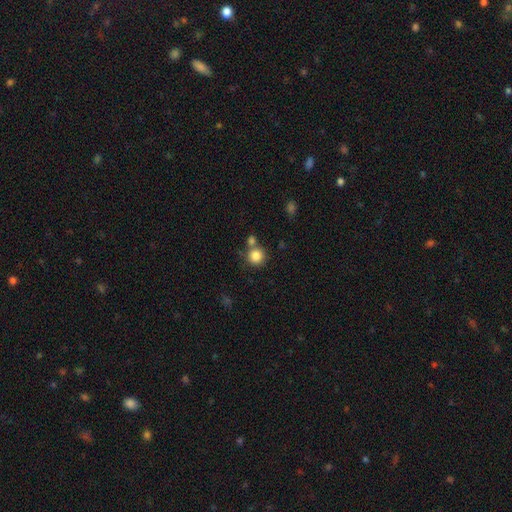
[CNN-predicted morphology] A smooth galaxy with no disk features (84%) that is round (92%).

Vote fractions:
- Smooth or featured? smooth: 84% / star or artifact: 10% / featured or disk: 6%
- How rounded? round: 92% / in between: 7% / cigar-shaped: 1%
- Merging? none: 65% / merger: 22% / minor disturbance: 9% / major disturbance: 3%